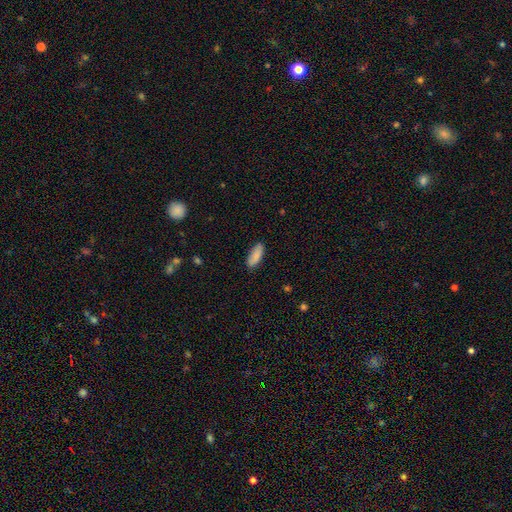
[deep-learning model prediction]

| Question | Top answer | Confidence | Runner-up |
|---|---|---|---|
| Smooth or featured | smooth | 86% | featured or disk (8%) |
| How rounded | in between | 77% | cigar-shaped (22%) |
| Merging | none | 84% | minor disturbance (12%) |